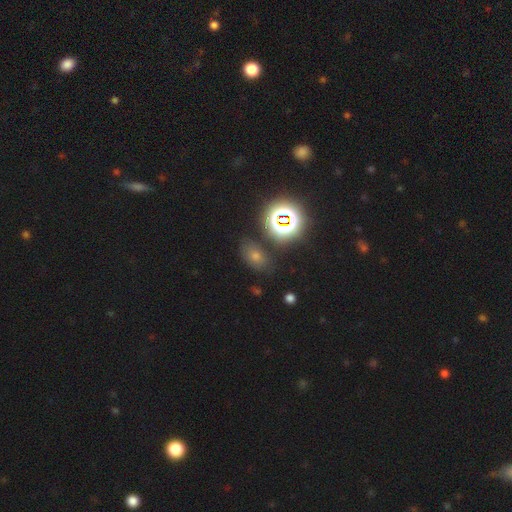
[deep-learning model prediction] Smooth or featured?
  - smooth: 47% *
  - star or artifact: 41%
  - featured or disk: 12%
Merging?
  - none: 81% *
  - minor disturbance: 12%
  - major disturbance: 4%
  - merger: 4%